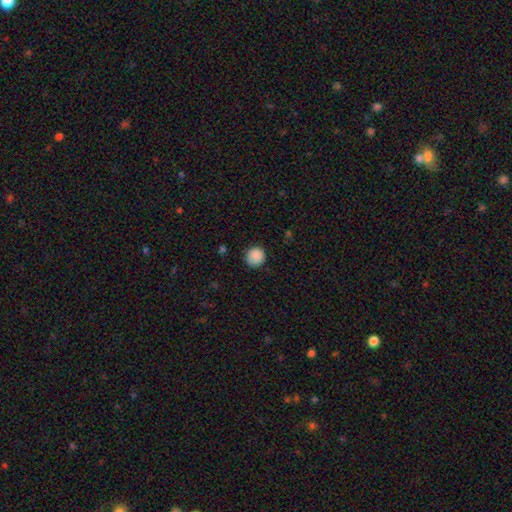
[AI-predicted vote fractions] Q: Smooth or featured?
A: smooth (88%); runner-up: star or artifact (9%)
Q: How rounded?
A: round (92%); runner-up: in between (7%)
Q: Merging?
A: none (86%); runner-up: minor disturbance (11%)